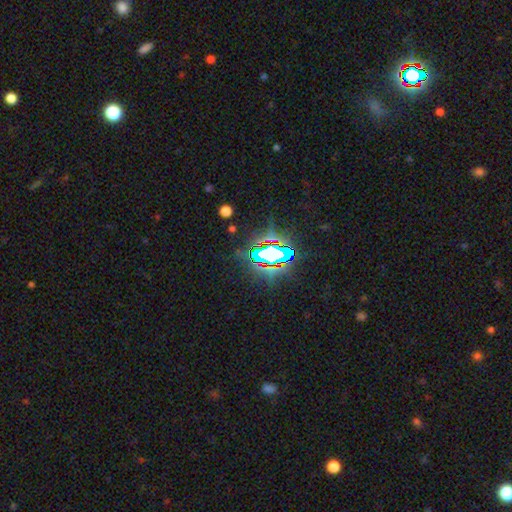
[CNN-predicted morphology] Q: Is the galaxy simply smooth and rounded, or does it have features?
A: star or artifact — 77%.